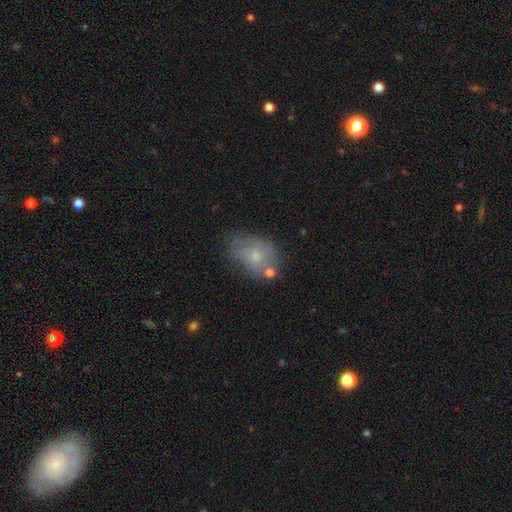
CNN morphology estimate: The model was most divided on "merging": none: 48%, minor disturbance: 29%, major disturbance: 13%, merger: 10%. More confident: how rounded — in between (74%); smooth or featured — smooth (61%).